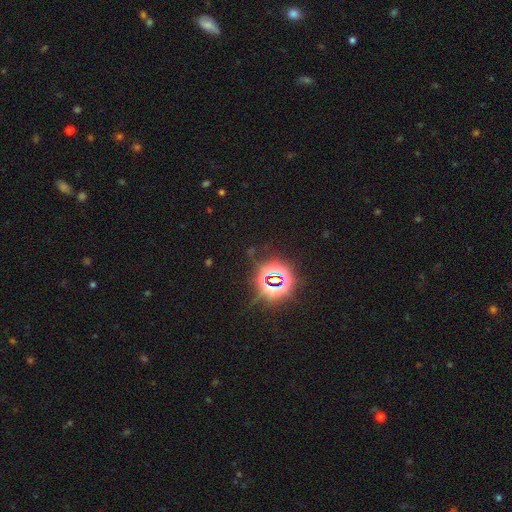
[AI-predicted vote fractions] Smooth or featured?
  - star or artifact: 82% *
  - smooth: 11%
  - featured or disk: 7%